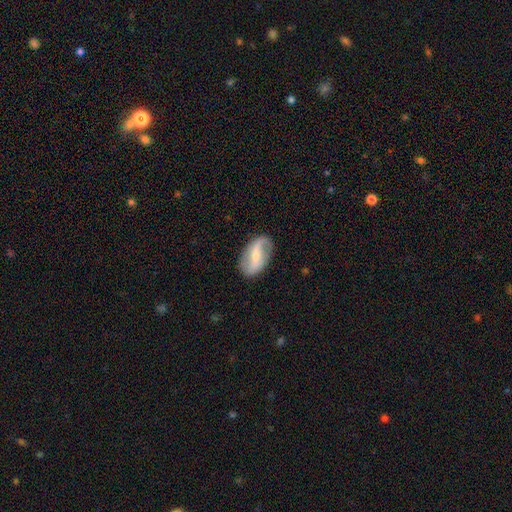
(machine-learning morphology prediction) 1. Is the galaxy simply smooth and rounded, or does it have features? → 75% featured or disk, 19% smooth, 6% star or artifact.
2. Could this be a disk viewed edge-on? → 95% no, 5% yes.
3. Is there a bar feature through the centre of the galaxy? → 42% strong, 39% weak, 19% no.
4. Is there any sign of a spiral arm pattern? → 87% yes, 13% no.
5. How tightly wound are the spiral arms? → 68% loose, 23% medium, 9% tight.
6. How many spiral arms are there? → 86% 2, 7% 1, 5% can't tell, 1% 3, 1% 4, 1% more than 4.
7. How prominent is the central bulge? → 56% small, 38% moderate, 3% none, 2% large, 1% dominant.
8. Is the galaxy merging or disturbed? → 80% none, 14% minor disturbance, 5% major disturbance, 1% merger.